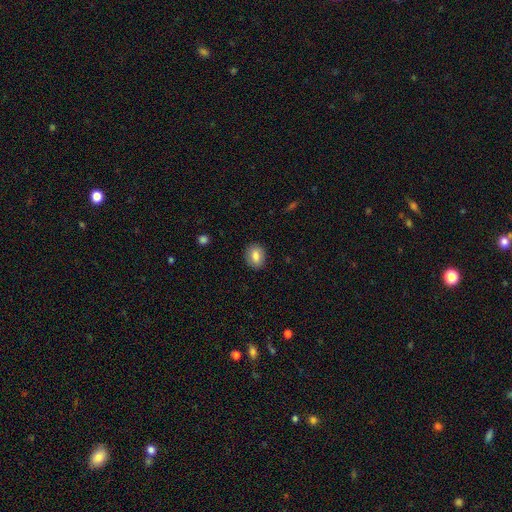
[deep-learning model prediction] Q: Smooth or featured?
A: smooth (83%); runner-up: featured or disk (9%)
Q: How rounded?
A: in between (61%); runner-up: round (37%)
Q: Merging?
A: none (86%); runner-up: minor disturbance (10%)